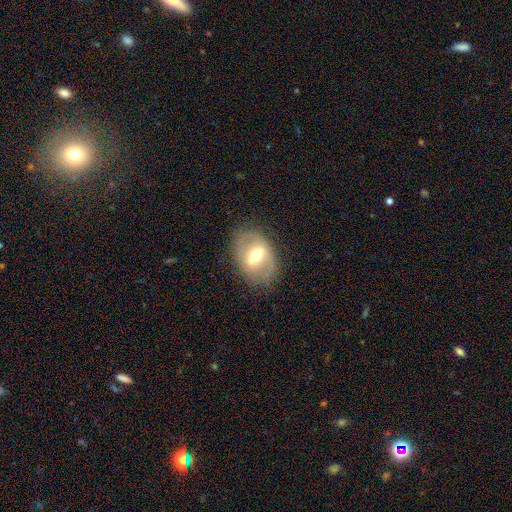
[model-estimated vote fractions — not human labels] The model was most divided on "smooth or featured": featured or disk: 54%, smooth: 37%, star or artifact: 8%. More confident: edge-on disk — no (91%); merging — none (77%).